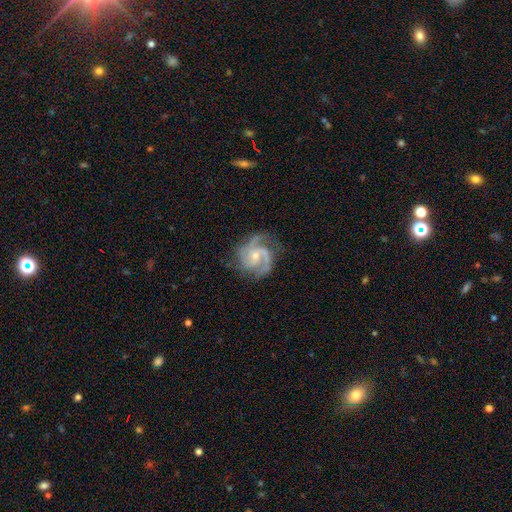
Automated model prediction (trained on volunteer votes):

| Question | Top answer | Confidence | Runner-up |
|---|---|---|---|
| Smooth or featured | featured or disk | 90% | smooth (5%) |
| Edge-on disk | no | 98% | yes (2%) |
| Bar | no | 61% | weak (33%) |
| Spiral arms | yes | 98% | no (2%) |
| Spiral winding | medium | 53% | tight (36%) |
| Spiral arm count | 3 | 44% | 2 (37%) |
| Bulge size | small | 62% | moderate (34%) |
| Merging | none | 71% | minor disturbance (19%) |